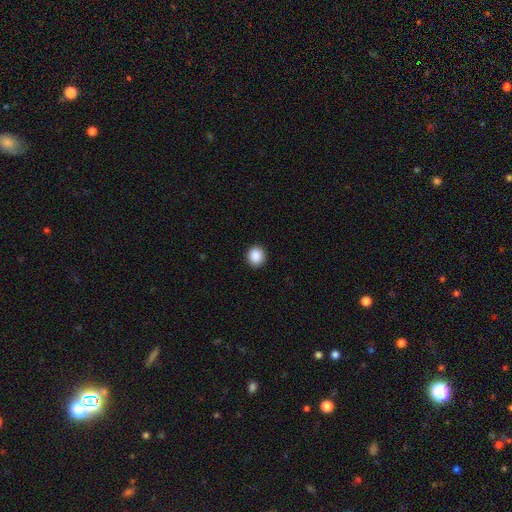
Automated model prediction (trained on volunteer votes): The model was most divided on "how rounded": round: 85%, in between: 14%, cigar-shaped: 1%. More confident: merging — none (92%); smooth or featured — smooth (89%).